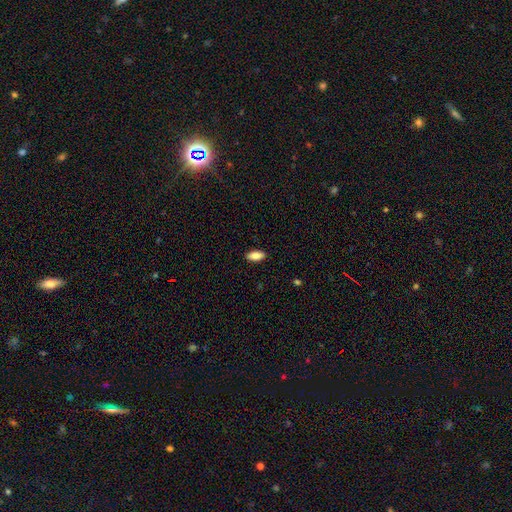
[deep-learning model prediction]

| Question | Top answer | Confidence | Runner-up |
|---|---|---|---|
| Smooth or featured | smooth | 84% | featured or disk (9%) |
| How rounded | in between | 86% | cigar-shaped (12%) |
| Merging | none | 89% | minor disturbance (8%) |